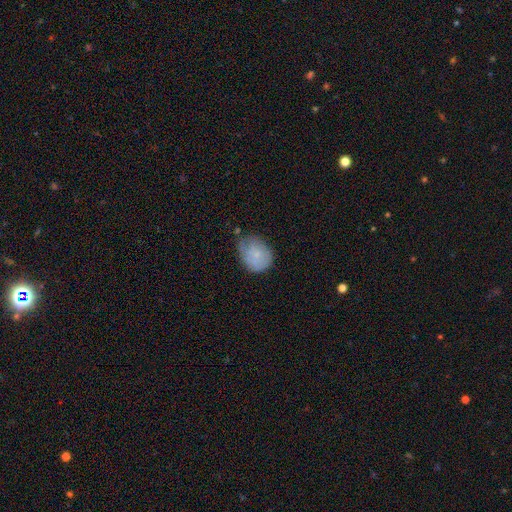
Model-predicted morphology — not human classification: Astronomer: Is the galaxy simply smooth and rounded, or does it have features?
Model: smooth — 70%.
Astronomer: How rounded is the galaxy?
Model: in between — 51% (runner-up: round, 48%).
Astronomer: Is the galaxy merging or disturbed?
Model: none — 50% (runner-up: minor disturbance, 37%).